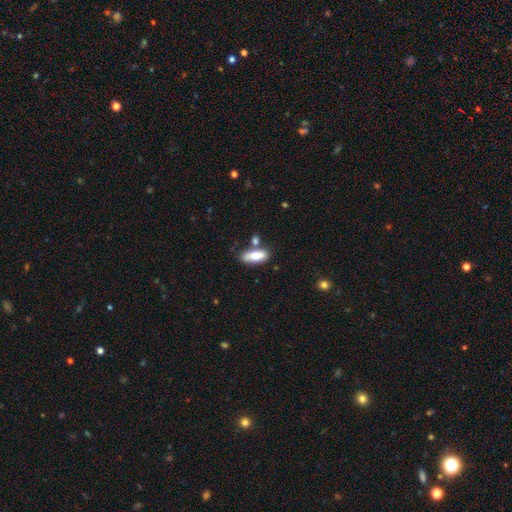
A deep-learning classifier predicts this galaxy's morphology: A smooth galaxy with no disk features (73%) that is in between round and cigar-shaped (78%). Merging: none (66%).